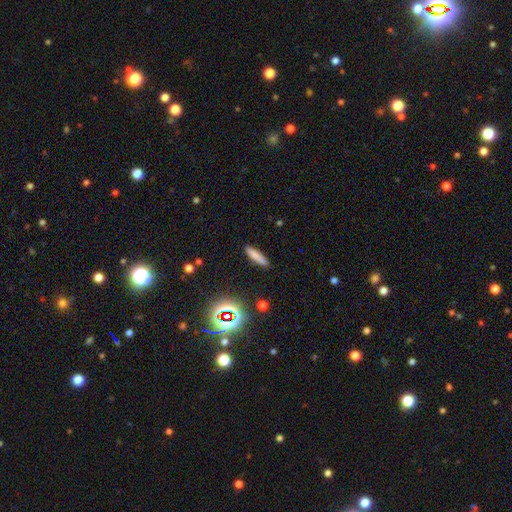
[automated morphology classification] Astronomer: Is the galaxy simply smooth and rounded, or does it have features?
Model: smooth — 78%.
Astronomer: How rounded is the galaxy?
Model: cigar-shaped — 82%.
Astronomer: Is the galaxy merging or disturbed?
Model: none — 89%.